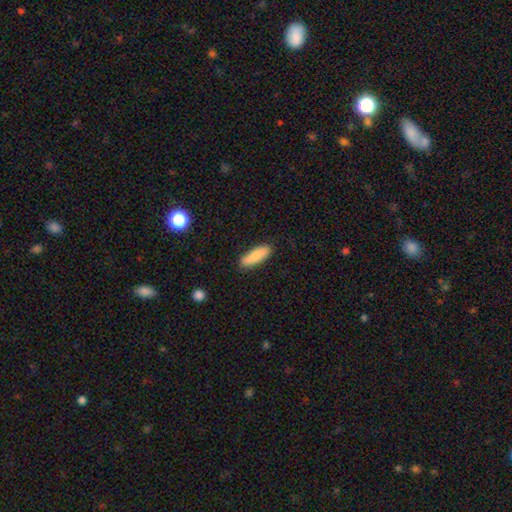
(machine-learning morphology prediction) This appears to be a smooth galaxy with no disk features (85%) that is cigar-shaped (49%, tied with in between). Merging: none (87%).